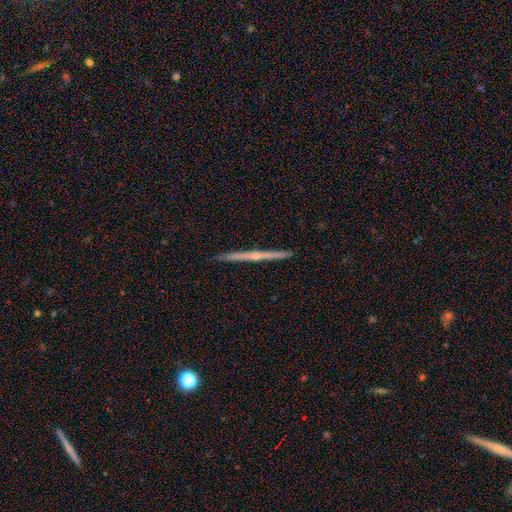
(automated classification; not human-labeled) Morphology: type=featured or disk (73%); edge-on=yes (98%); edge-on bulge=rounded (55%); merging=none (92%).